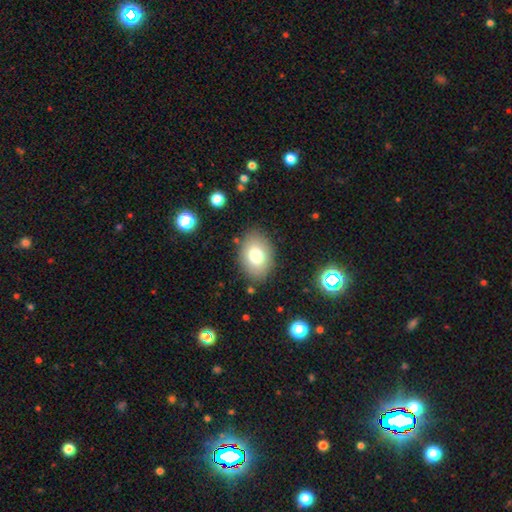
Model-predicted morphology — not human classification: Smooth or featured? smooth (77%)
How rounded? in between (77%)
Merging? none (84%)